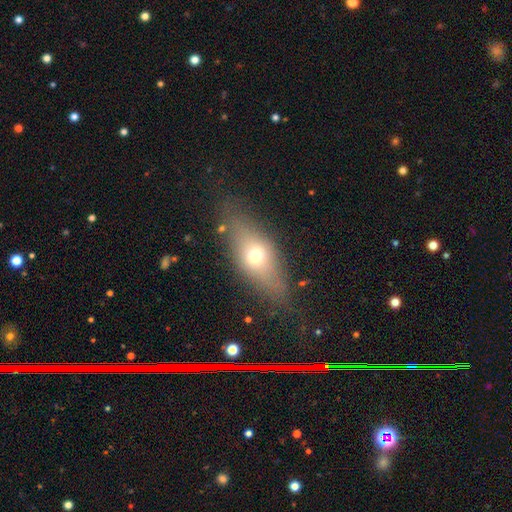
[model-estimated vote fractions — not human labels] The model was most divided on "smooth or featured": smooth: 60%, featured or disk: 29%, star or artifact: 11%. More confident: merging — none (76%); how rounded — in between (66%).